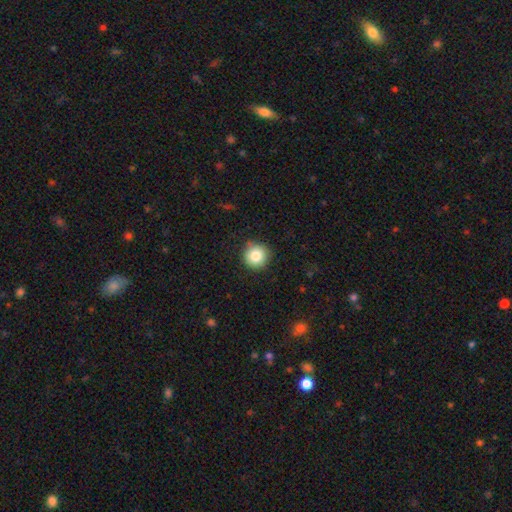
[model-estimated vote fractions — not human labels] This appears to be a smooth galaxy with no disk features (85%) that is round (95%). Merging: none (89%).